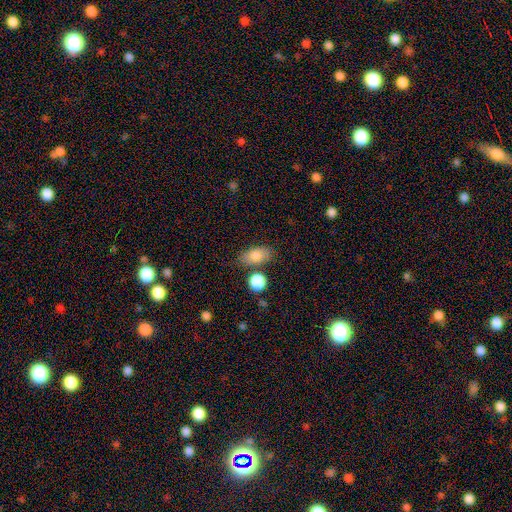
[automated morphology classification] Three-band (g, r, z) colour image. It shows a smooth galaxy with no disk features (82%) that is in between round and cigar-shaped (85%). Merging: none (73%).